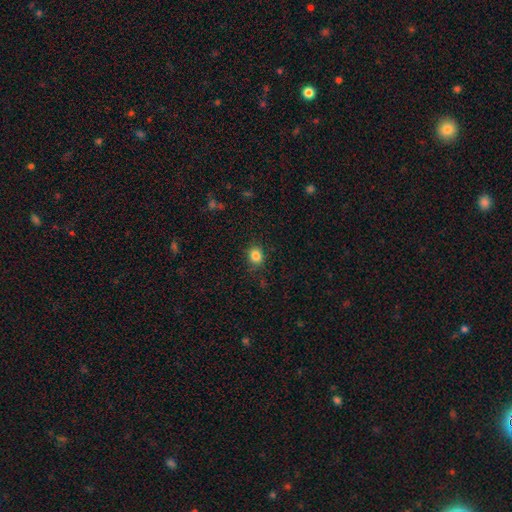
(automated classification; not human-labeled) Overall: smooth (84%). How rounded: round (70%). Merging: none (85%).